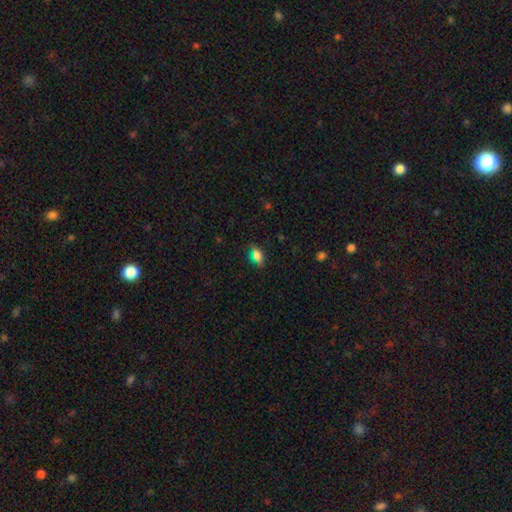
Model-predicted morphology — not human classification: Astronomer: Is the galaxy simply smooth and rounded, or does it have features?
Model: smooth — 68%.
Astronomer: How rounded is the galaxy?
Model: in between — 78%.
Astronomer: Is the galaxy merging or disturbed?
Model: none — 78%.